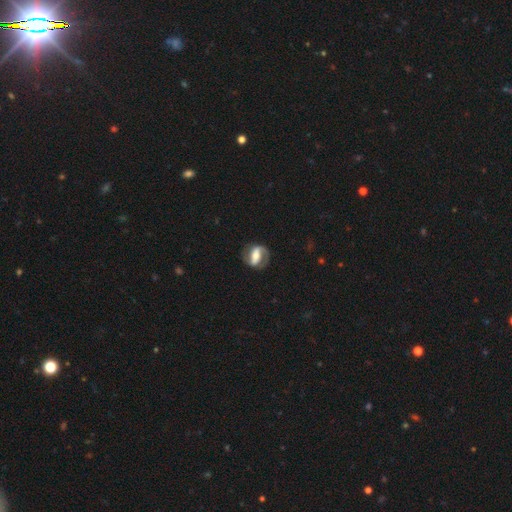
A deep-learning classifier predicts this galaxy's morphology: smooth-or-featured: featured or disk: 76% | smooth: 18% | star or artifact: 6%
  disk-edge-on: no: 95% | yes: 5%
    bar: strong: 61% | weak: 25% | no: 14%
    has-spiral-arms: yes: 83% | no: 17%
      spiral-winding: medium: 47% | tight: 33% | loose: 20%
      spiral-arm-count: 2: 85% | 1: 6% | can't tell: 6% | 3: 1% | 4: 1% | more than 4: 1%
    bulge-size: moderate: 49% | small: 24% | large: 20% | none: 4% | dominant: 3%
  merging: none: 75% | minor disturbance: 14% | major disturbance: 9% | merger: 1%